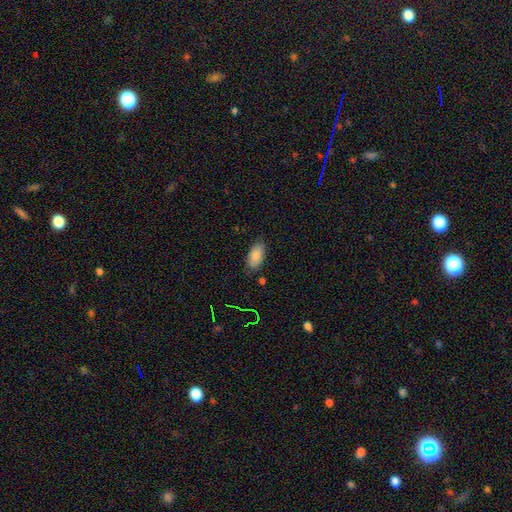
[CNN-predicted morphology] Smooth or featured? smooth (85%)
How rounded? in between (92%)
Merging? none (79%)